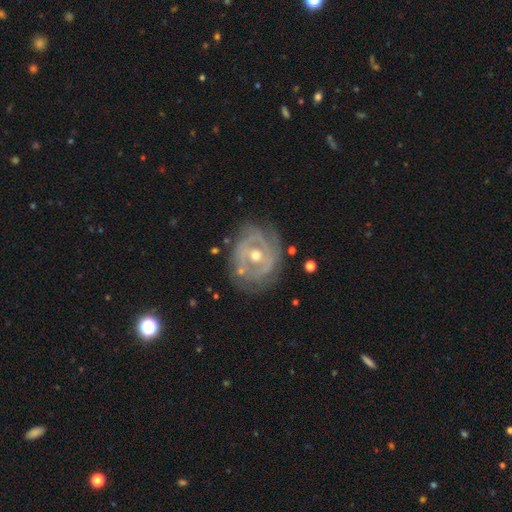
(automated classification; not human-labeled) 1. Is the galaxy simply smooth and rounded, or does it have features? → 83% featured or disk, 11% smooth, 6% star or artifact.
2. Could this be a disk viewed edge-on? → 96% no, 4% yes.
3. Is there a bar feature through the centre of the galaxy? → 45% no, 36% weak, 19% strong.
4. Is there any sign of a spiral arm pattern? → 73% yes, 27% no.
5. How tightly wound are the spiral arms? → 64% tight, 26% medium, 10% loose.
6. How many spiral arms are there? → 37% can't tell, 36% 2, 13% 3, 6% 1, 4% 4, 3% more than 4.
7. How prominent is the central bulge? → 67% moderate, 29% small, 2% large, 1% none, 1% dominant.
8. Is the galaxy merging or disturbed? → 69% none, 20% minor disturbance, 9% major disturbance, 2% merger.